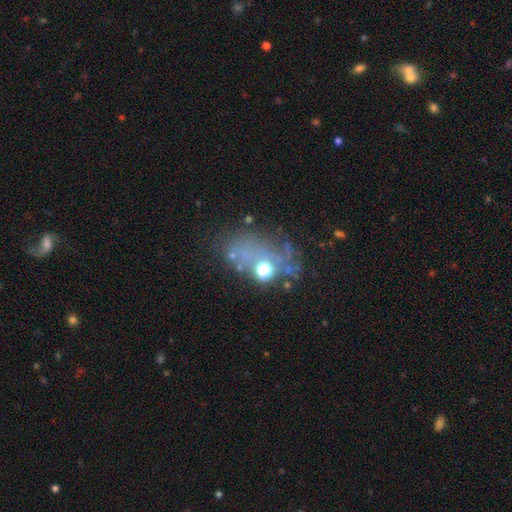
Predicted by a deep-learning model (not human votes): The model was most divided on "smooth or featured": featured or disk: 41%, star or artifact: 30%, smooth: 29%. More confident: merging — none (50%).